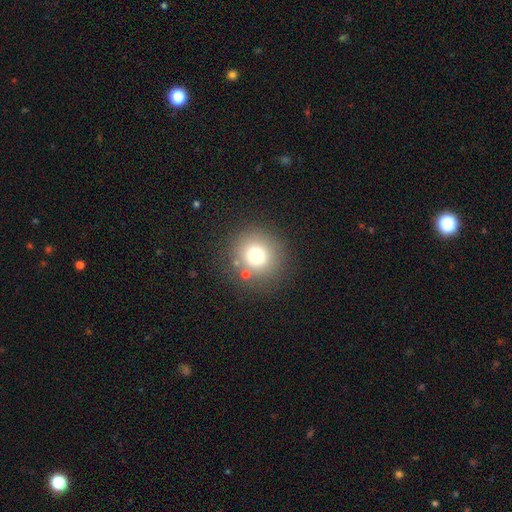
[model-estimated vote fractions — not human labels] Overall: smooth (74%). How rounded: round (94%). Merging: none (83%).